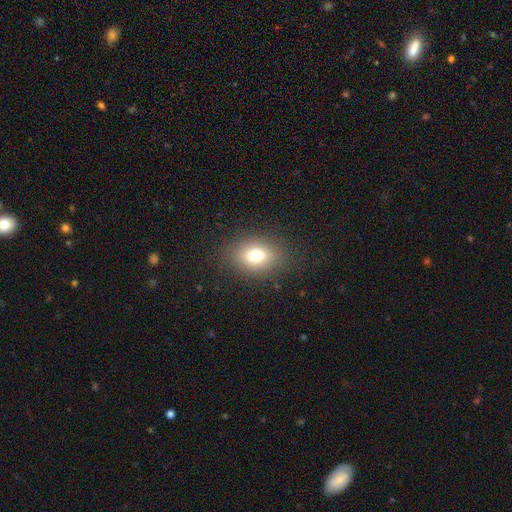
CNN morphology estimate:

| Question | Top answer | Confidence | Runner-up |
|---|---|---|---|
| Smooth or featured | smooth | 74% | star or artifact (14%) |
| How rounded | in between | 66% | round (33%) |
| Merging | none | 86% | minor disturbance (9%) |